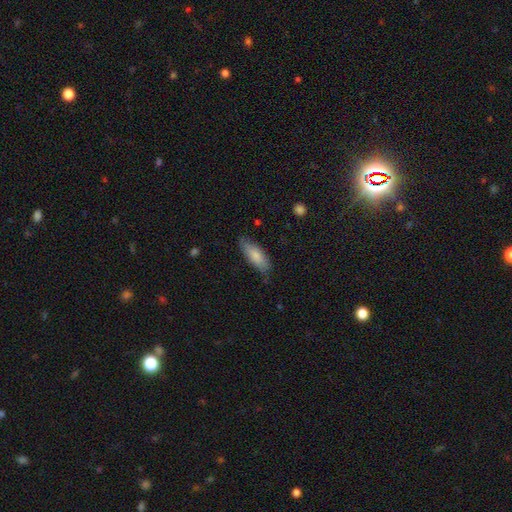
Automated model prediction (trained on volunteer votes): Smooth or featured: smooth — 81% (featured or disk — 14%)
How rounded: in between — 68% (cigar-shaped — 31%)
Merging: none — 76% (minor disturbance — 19%)